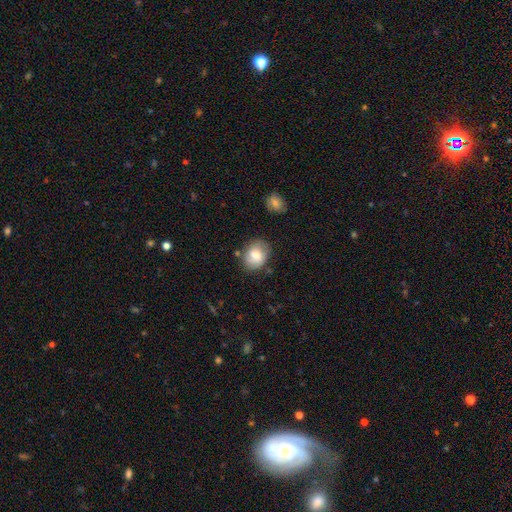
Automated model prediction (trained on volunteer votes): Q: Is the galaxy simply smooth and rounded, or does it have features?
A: smooth — 75%.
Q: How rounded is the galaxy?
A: in between — 56%.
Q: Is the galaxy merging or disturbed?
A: none — 72%.